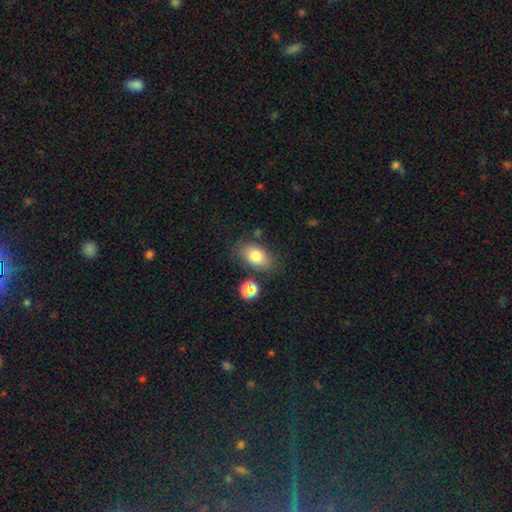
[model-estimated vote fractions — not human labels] Q: Smooth or featured?
A: smooth (80%); runner-up: featured or disk (11%)
Q: How rounded?
A: in between (86%); runner-up: round (13%)
Q: Merging?
A: none (76%); runner-up: minor disturbance (14%)